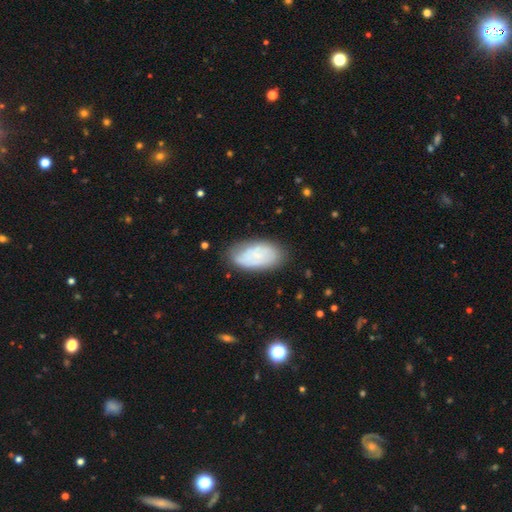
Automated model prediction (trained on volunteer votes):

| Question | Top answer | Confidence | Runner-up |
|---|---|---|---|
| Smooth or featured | smooth | 61% | featured or disk (31%) |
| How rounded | in between | 94% | round (4%) |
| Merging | none | 73% | minor disturbance (19%) |